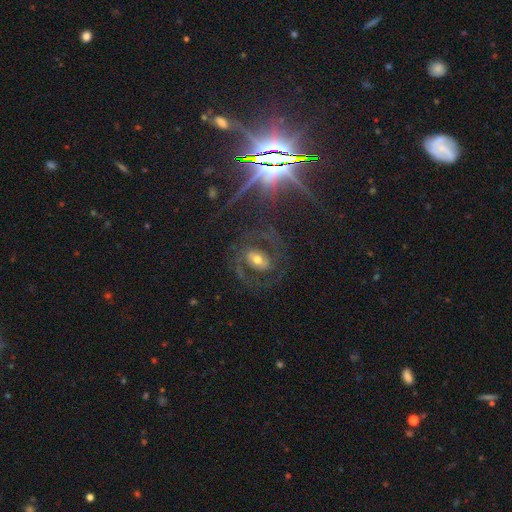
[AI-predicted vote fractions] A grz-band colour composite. It shows a featured or disk galaxy (70%) with no bar (40%), 2 (79%) medium (47%) spiral arms (77%) and a moderate central bulge (61%). Merging: none (74%).